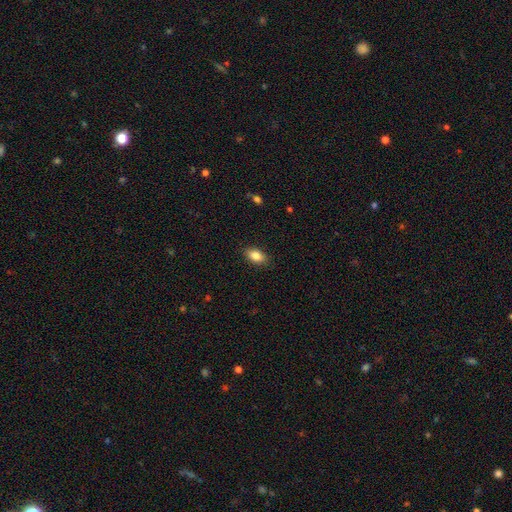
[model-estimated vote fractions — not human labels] Overall: smooth (84%). How rounded: in between (89%). Merging: none (88%).